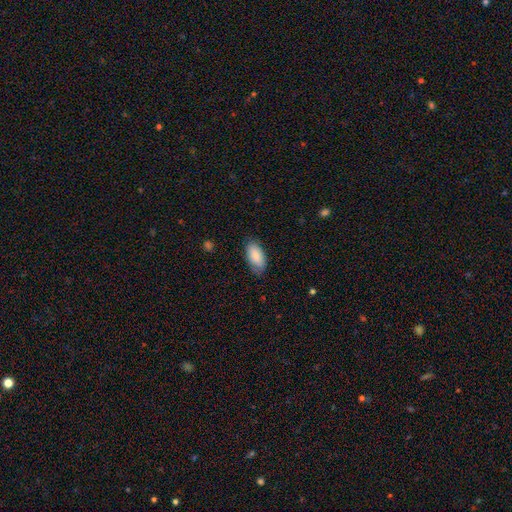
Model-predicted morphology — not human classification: Smooth or featured? smooth (86%)
How rounded? in between (93%)
Merging? none (78%)